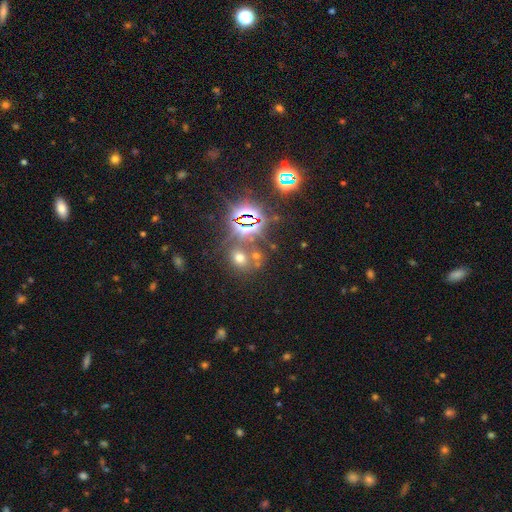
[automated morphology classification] Smooth or featured?
  - star or artifact: 53% *
  - smooth: 35%
  - featured or disk: 11%